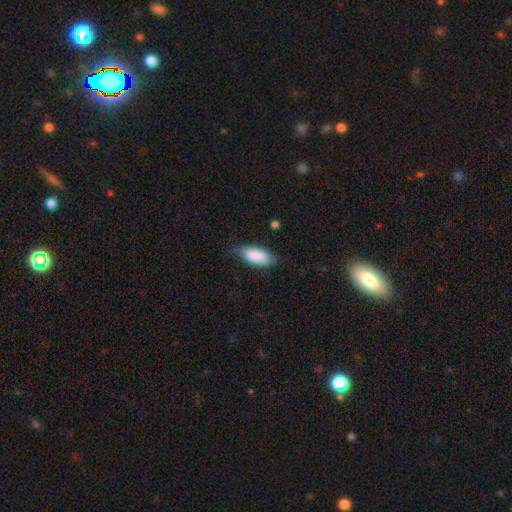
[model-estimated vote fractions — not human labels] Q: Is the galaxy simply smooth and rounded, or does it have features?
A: smooth — 87%.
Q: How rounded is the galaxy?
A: in between — 87%.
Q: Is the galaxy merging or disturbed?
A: none — 70%.